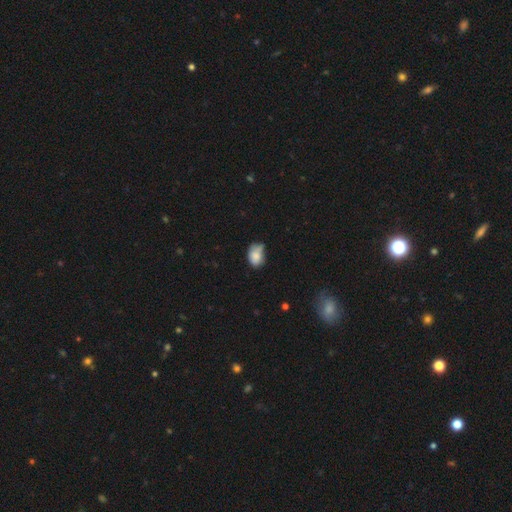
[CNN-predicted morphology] Smooth or featured: smooth — 79% (featured or disk — 12%)
How rounded: in between — 77% (round — 21%)
Merging: minor disturbance — 41% (none — 40%)